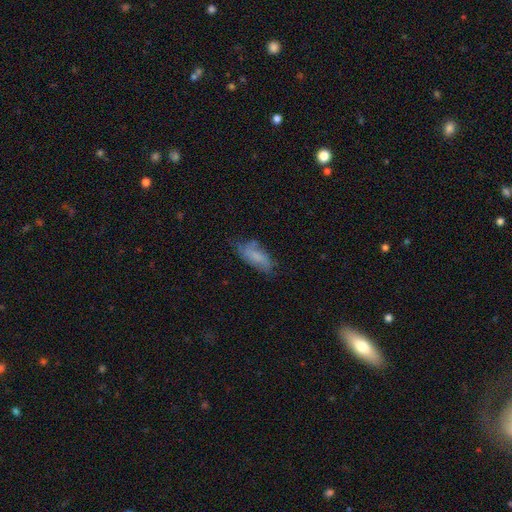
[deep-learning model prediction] Smooth or featured?
  - smooth: 68% *
  - featured or disk: 24%
  - star or artifact: 8%
How rounded?
  - in between: 75% *
  - cigar-shaped: 23%
  - round: 2%
Merging?
  - none: 55% *
  - minor disturbance: 31%
  - major disturbance: 11%
  - merger: 3%